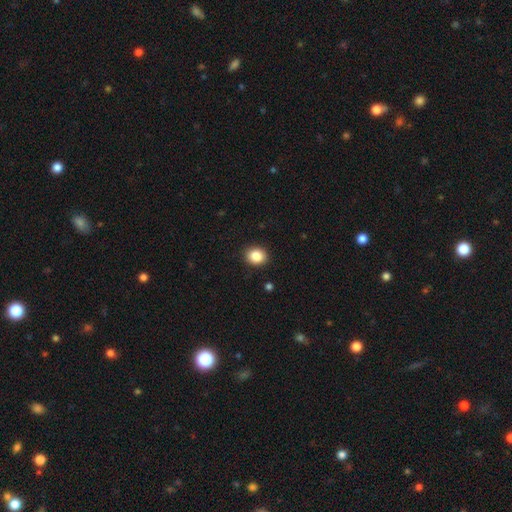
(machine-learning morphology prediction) smooth_or_featured: smooth (p=0.87) [alt: star or artifact p=0.09]
how_rounded: round (p=0.65) [alt: in between p=0.34]
merging: none (p=0.90) [alt: minor disturbance p=0.07]